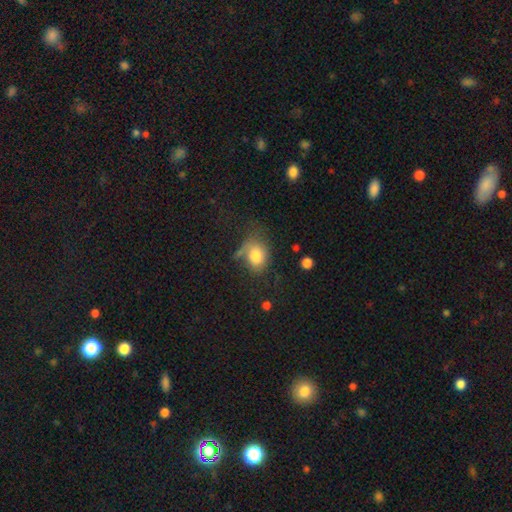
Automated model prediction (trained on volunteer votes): smooth-or-featured: smooth: 77% | featured or disk: 14% | star or artifact: 9%
  how-rounded: in between: 63% | round: 36% | cigar-shaped: 1%
  merging: none: 48% | minor disturbance: 26% | major disturbance: 19% | merger: 8%